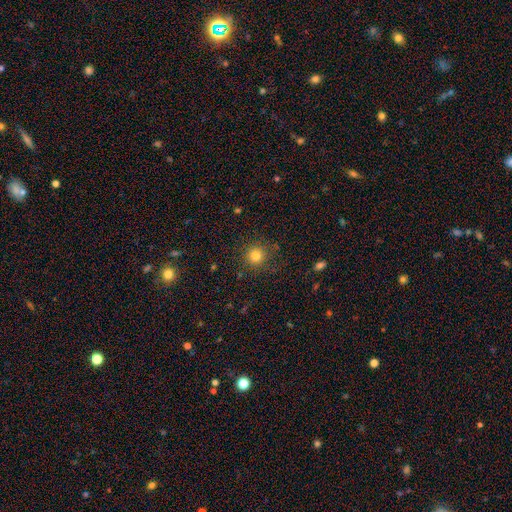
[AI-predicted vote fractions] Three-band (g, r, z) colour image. It shows a smooth galaxy with no disk features (80%) that is round (93%). Merging: none (86%).